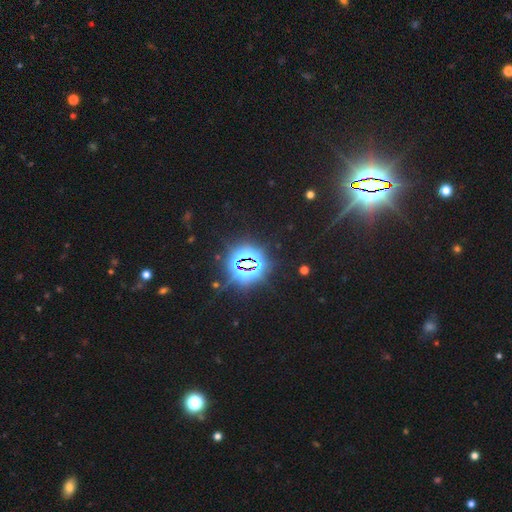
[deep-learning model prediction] Smooth or featured: star or artifact — 85% (smooth — 8%)